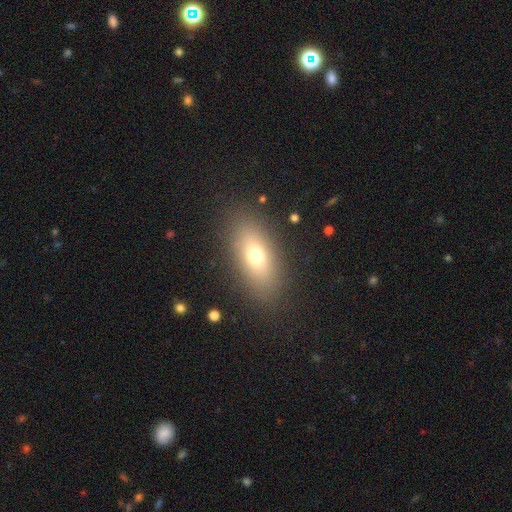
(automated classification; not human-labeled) This is likely a smooth galaxy (70%). How rounded: likely in between (80%). Merging: clearly none (86%).